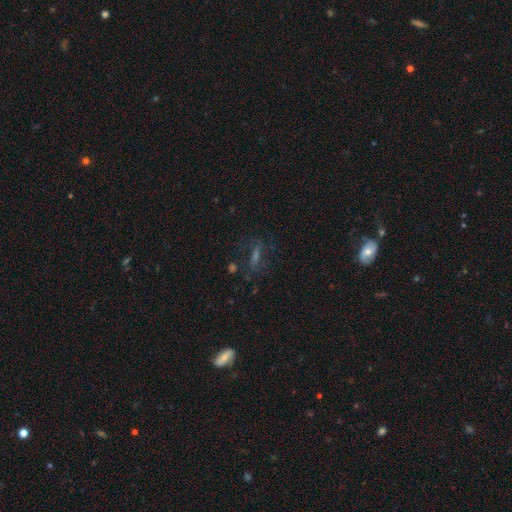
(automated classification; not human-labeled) Overall: featured or disk (39%; star or artifact 31%). Merging: none (67%).